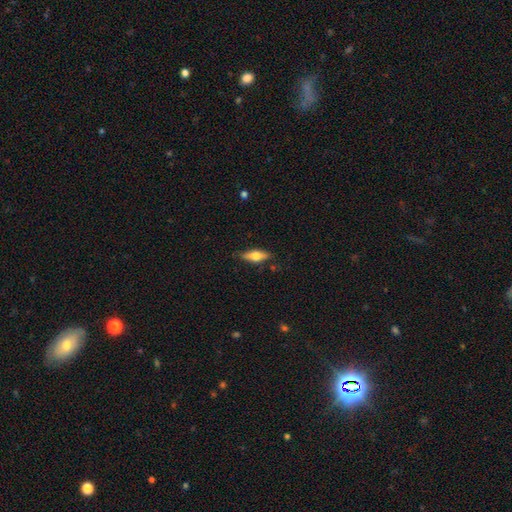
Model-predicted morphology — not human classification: Smooth or featured?
  - smooth: 57% *
  - featured or disk: 36%
  - star or artifact: 7%
How rounded?
  - in between: 56% *
  - cigar-shaped: 41%
  - round: 3%
Merging?
  - none: 82% *
  - minor disturbance: 14%
  - major disturbance: 3%
  - merger: 2%